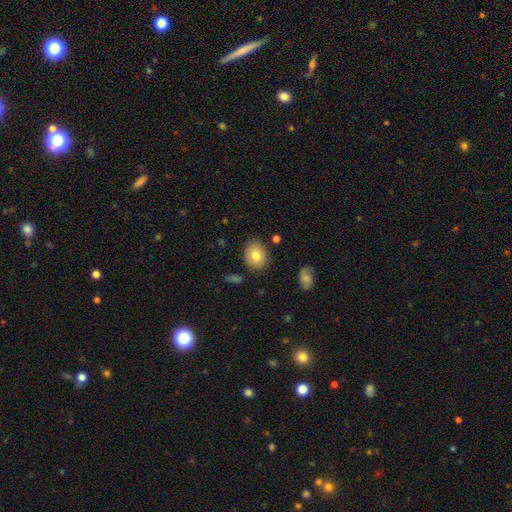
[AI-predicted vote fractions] smooth 77%, featured or disk 14%, star or artifact 9%. Down the decision tree: how rounded — round (50%); merging — none (82%).